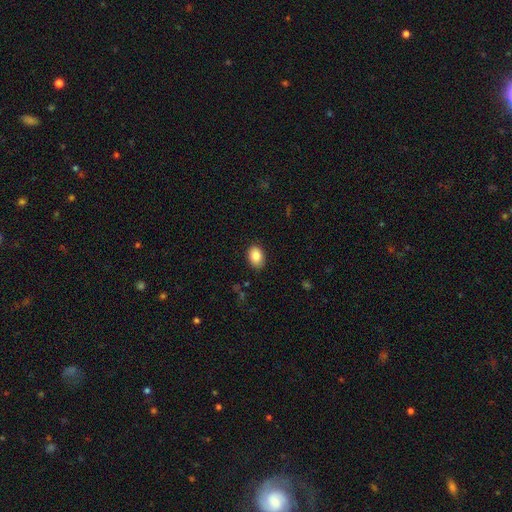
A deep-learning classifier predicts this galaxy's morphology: This appears to be a smooth galaxy with no disk features (86%) that is in between round and cigar-shaped (80%). Merging: none (88%).